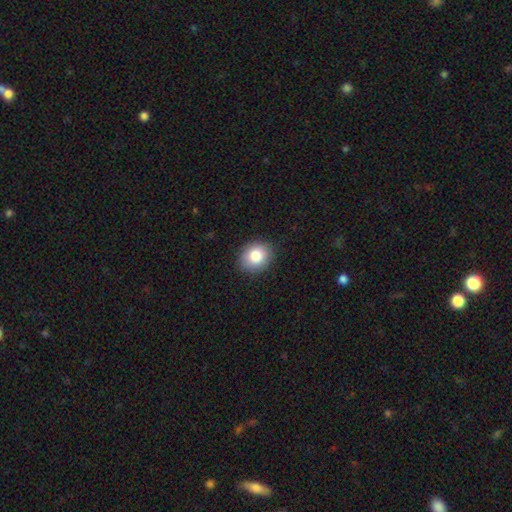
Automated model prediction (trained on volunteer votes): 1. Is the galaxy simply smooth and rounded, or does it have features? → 84% smooth, 8% star or artifact, 7% featured or disk.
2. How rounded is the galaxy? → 59% round, 40% in between, 1% cigar-shaped.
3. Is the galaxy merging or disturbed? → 87% none, 10% minor disturbance, 2% major disturbance, 1% merger.